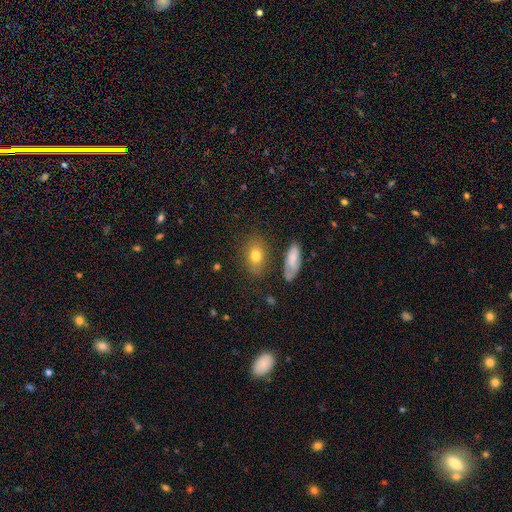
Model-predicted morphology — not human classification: smooth_or_featured: smooth (p=0.75) [alt: featured or disk p=0.15]
how_rounded: in between (p=0.76) [alt: round p=0.21]
merging: none (p=0.75) [alt: minor disturbance p=0.16]